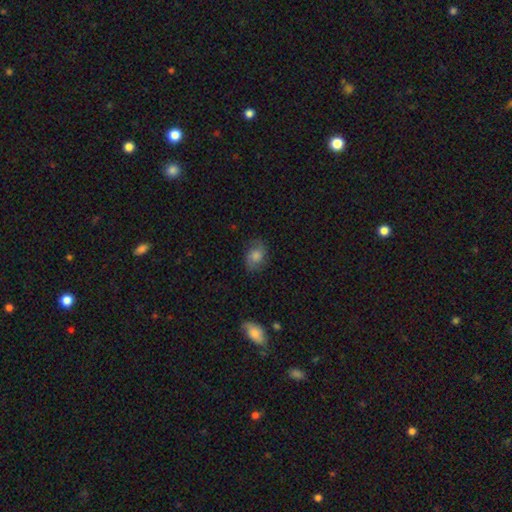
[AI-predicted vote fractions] Smooth or featured?
  - smooth: 55% *
  - featured or disk: 34%
  - star or artifact: 11%
How rounded?
  - in between: 65% *
  - round: 33%
  - cigar-shaped: 1%
Merging?
  - none: 75% *
  - minor disturbance: 18%
  - major disturbance: 6%
  - merger: 1%